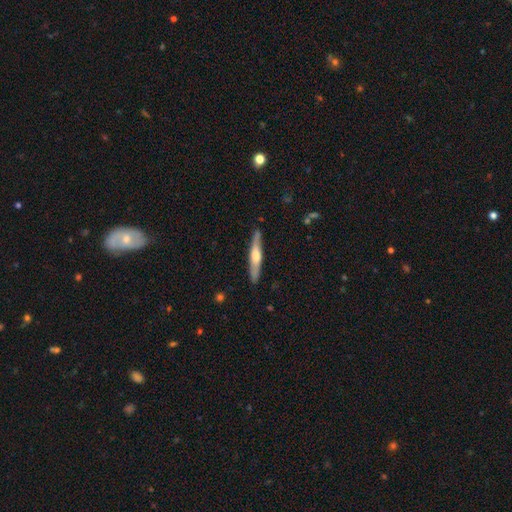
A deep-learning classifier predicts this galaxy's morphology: A featured or disk galaxy (57%) viewed edge-on (95%) with a rounded central bulge (81%).

Vote fractions:
- Smooth or featured? featured or disk: 57% / smooth: 38% / star or artifact: 5%
- Edge-on disk? yes: 95% / no: 5%
- Edge-on bulge? rounded: 81% / boxy: 10% / none: 9%
- Merging? none: 88% / minor disturbance: 9% / major disturbance: 2% / merger: 1%